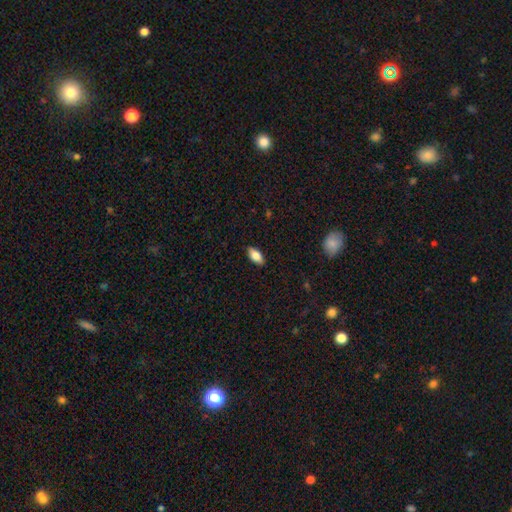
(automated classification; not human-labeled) This appears to be a smooth galaxy with no disk features (79%) that is in between round and cigar-shaped (88%). Merging: none (88%).